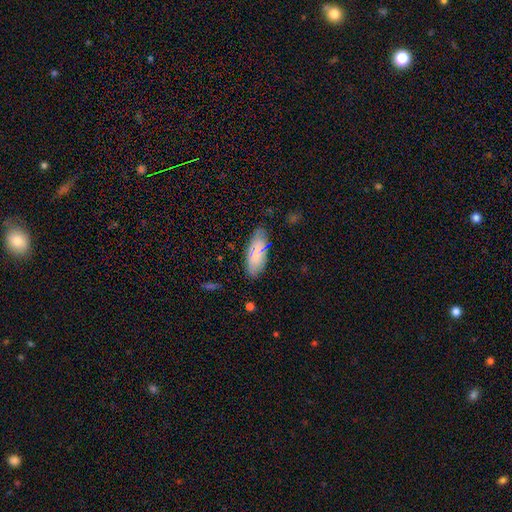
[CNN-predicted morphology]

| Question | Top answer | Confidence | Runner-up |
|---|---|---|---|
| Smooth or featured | smooth | 76% | featured or disk (13%) |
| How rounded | in between | 83% | cigar-shaped (15%) |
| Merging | none | 83% | minor disturbance (12%) |